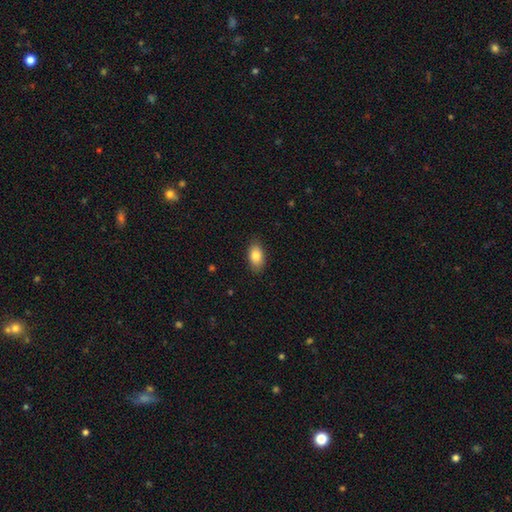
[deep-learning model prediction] Smooth or featured?
  - smooth: 85% *
  - featured or disk: 8%
  - star or artifact: 7%
How rounded?
  - in between: 91% *
  - round: 5%
  - cigar-shaped: 3%
Merging?
  - none: 87% *
  - minor disturbance: 10%
  - major disturbance: 2%
  - merger: 1%